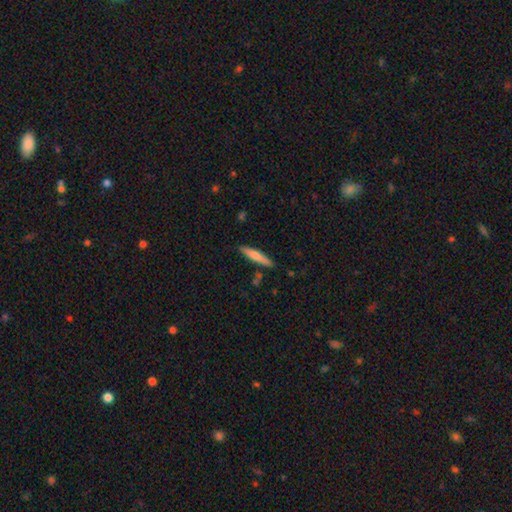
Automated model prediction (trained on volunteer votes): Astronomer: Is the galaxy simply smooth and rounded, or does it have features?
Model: smooth — 66%.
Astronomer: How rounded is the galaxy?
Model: cigar-shaped — 89%.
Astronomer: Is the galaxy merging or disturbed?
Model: none — 85%.